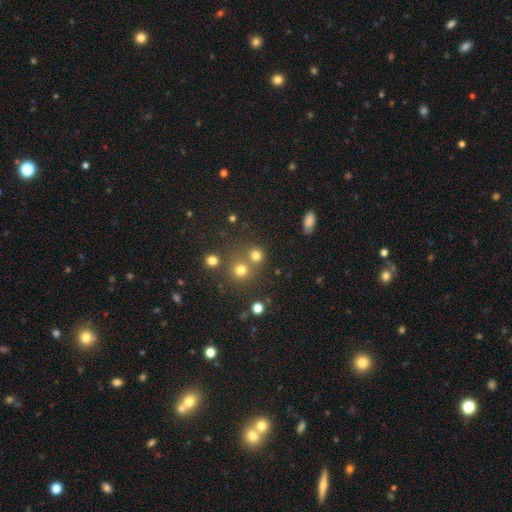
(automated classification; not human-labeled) The model was most divided on "merging": none: 61%, merger: 28%, minor disturbance: 8%, major disturbance: 4%. More confident: how rounded — round (87%); smooth or featured — smooth (75%).